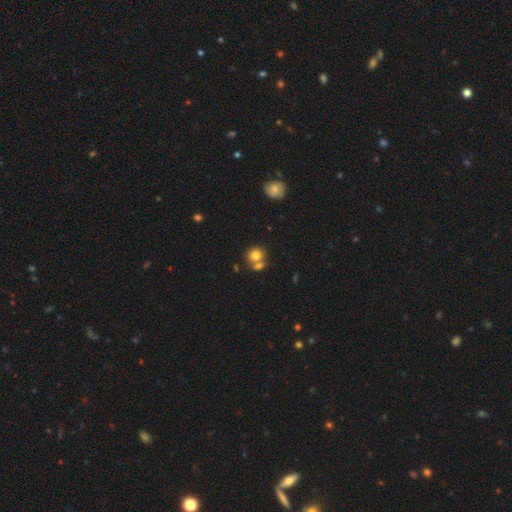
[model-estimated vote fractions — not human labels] smooth-or-featured: smooth: 78% | featured or disk: 11% | star or artifact: 11%
  how-rounded: round: 79% | in between: 20% | cigar-shaped: 1%
  merging: none: 49% | merger: 39% | minor disturbance: 9% | major disturbance: 3%